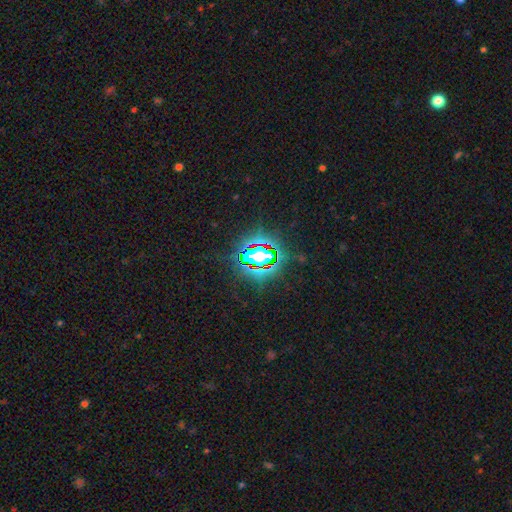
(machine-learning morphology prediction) This appears to be a star or artifact, not a galaxy (77%).